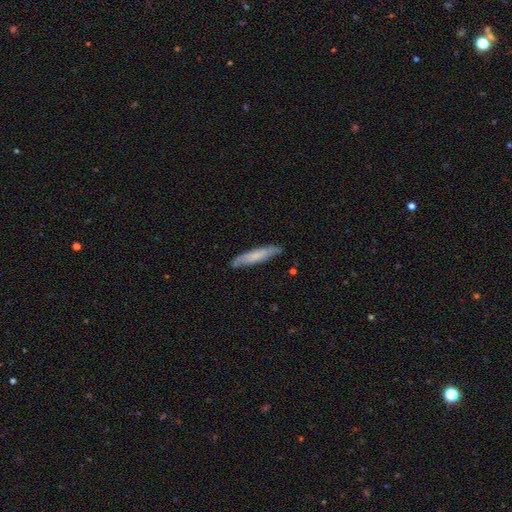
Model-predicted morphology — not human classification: smooth 62%, featured or disk 33%, star or artifact 6%. Down the decision tree: how rounded — cigar-shaped (89%); merging — none (83%).